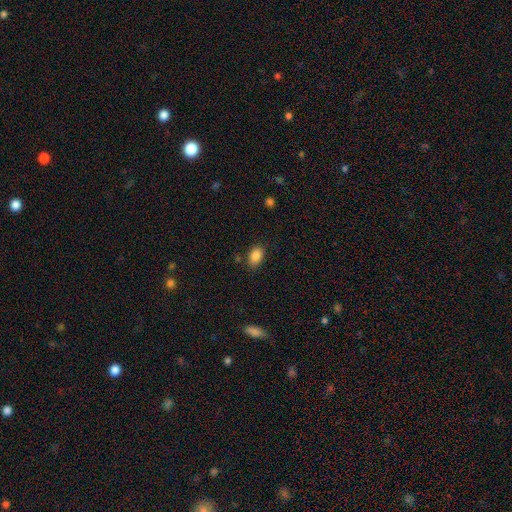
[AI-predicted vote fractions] This is clearly a smooth galaxy (86%). How rounded: clearly in between (85%). Merging: clearly none (80%).